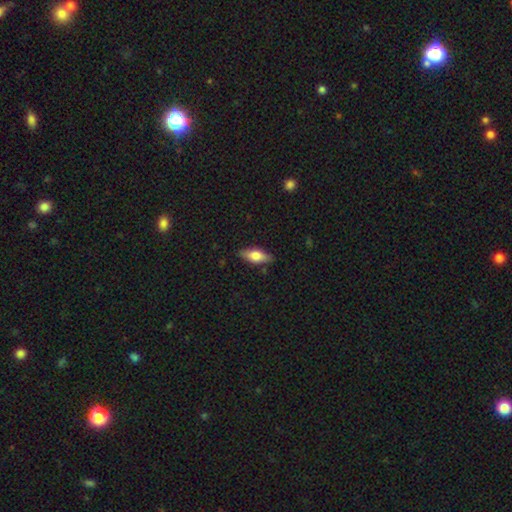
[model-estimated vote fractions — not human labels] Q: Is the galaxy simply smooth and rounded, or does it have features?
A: smooth — 67%.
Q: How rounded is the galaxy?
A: in between — 76%.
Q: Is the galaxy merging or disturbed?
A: none — 83%.